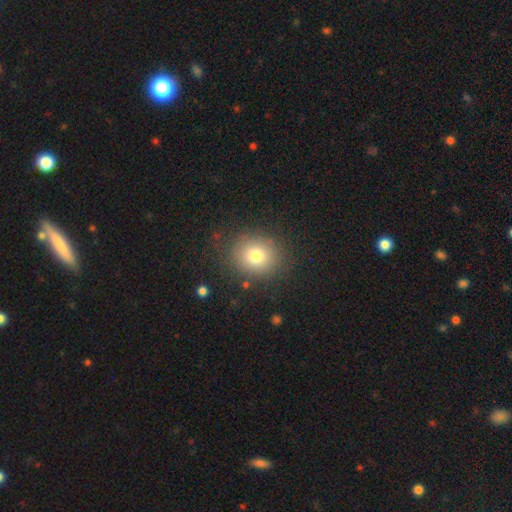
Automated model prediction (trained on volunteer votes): Morphology: type=smooth (76%); roundness=round (80%); merging=none (85%).